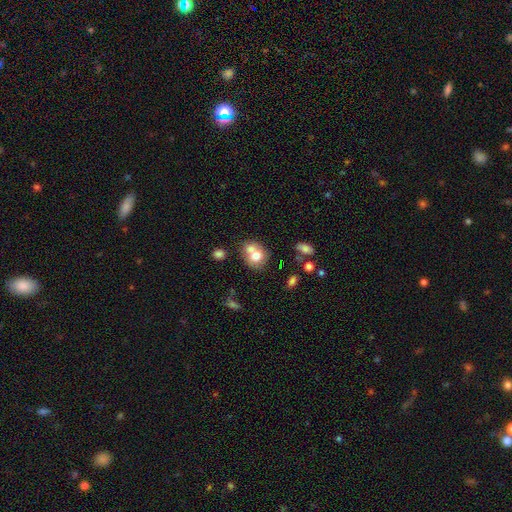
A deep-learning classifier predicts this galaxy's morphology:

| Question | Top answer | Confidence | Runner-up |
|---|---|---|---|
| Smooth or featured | smooth | 69% | featured or disk (21%) |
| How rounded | round | 70% | in between (29%) |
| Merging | merger | 56% | none (32%) |